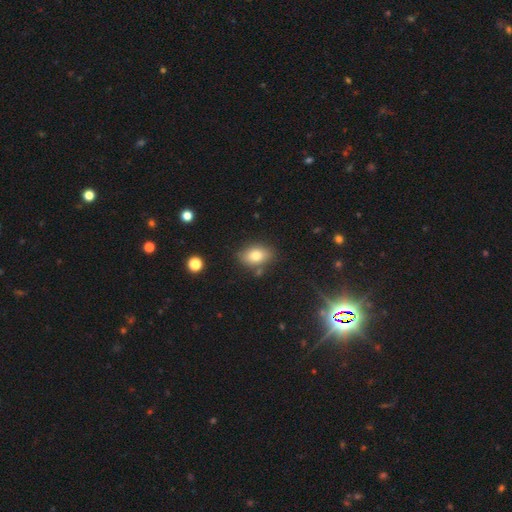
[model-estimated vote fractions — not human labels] Morphology: type=smooth (79%); roundness=in between (80%); merging=none (78%).